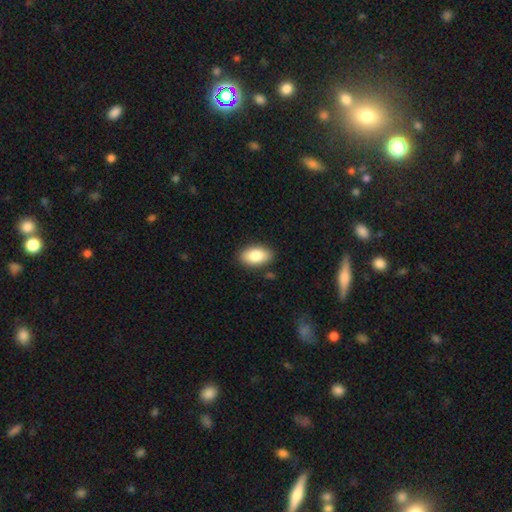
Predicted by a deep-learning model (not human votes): A smooth galaxy with no disk features (86%) that is in between round and cigar-shaped (93%).

Vote fractions:
- Smooth or featured? smooth: 86% / featured or disk: 8% / star or artifact: 7%
- How rounded? in between: 93% / round: 5% / cigar-shaped: 2%
- Merging? none: 86% / minor disturbance: 10% / major disturbance: 2% / merger: 2%